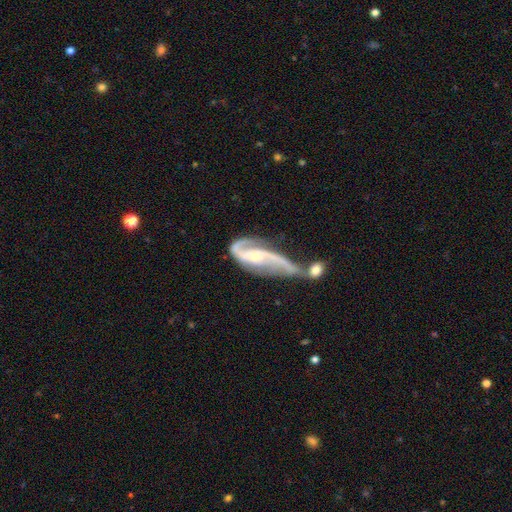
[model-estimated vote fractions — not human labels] Smooth or featured? featured or disk (87%)
Edge-on disk? no (92%)
Bar? no (46%)
Spiral arms? yes (95%)
Spiral winding? loose (50%)
Spiral arm count? 2 (84%)
Bulge size? small (55%)
Merging? merger (41%)